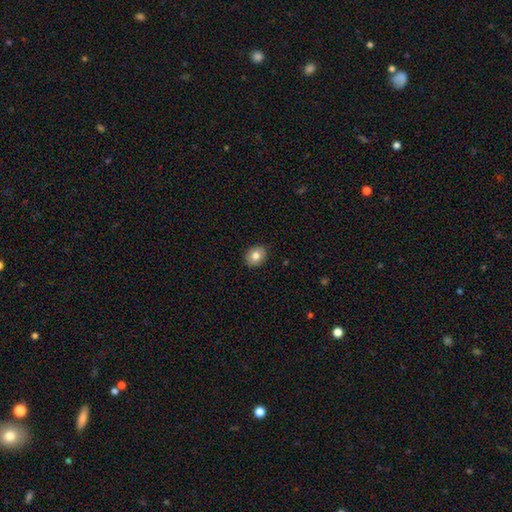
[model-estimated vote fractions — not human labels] A smooth galaxy with no disk features (80%) that is round (57%).

Vote fractions:
- Smooth or featured? smooth: 80% / featured or disk: 11% / star or artifact: 9%
- How rounded? round: 57% / in between: 43% / cigar-shaped: 1%
- Merging? none: 90% / minor disturbance: 8% / major disturbance: 2% / merger: 1%